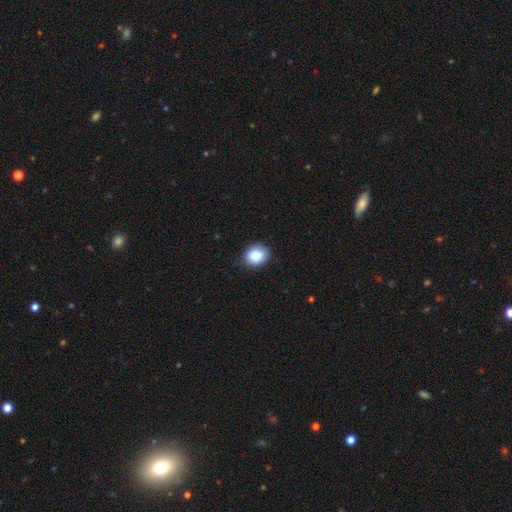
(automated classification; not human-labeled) Smooth or featured? Predicted: smooth (p=0.87). How rounded? Predicted: round (p=0.57). Merging? Predicted: none (p=0.76).